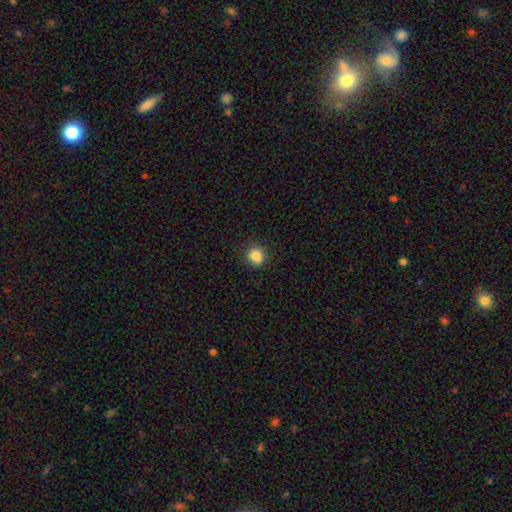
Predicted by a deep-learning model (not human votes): Smooth or featured?
  - smooth: 85% *
  - star or artifact: 11%
  - featured or disk: 4%
How rounded?
  - round: 82% *
  - in between: 17%
  - cigar-shaped: 1%
Merging?
  - none: 85% *
  - minor disturbance: 12%
  - major disturbance: 3%
  - merger: 1%